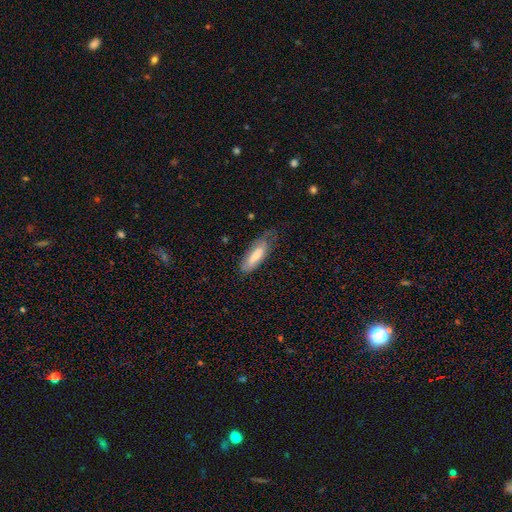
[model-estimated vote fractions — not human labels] Smooth or featured?
  - smooth: 67% *
  - featured or disk: 27%
  - star or artifact: 6%
How rounded?
  - in between: 60% *
  - cigar-shaped: 38%
  - round: 2%
Merging?
  - none: 44% *
  - minor disturbance: 36%
  - major disturbance: 18%
  - merger: 2%